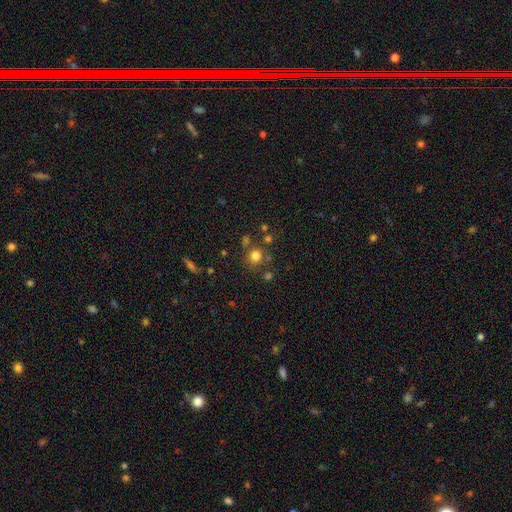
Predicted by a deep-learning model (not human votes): Q: Smooth or featured?
A: smooth (76%); runner-up: star or artifact (17%)
Q: How rounded?
A: round (87%); runner-up: in between (12%)
Q: Merging?
A: none (72%); runner-up: merger (13%)